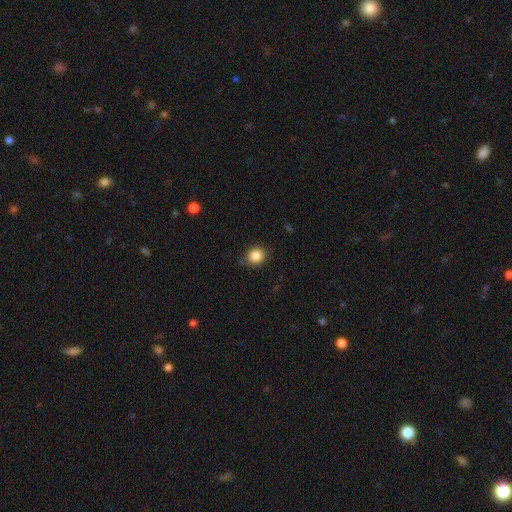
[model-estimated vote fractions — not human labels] A smooth galaxy with no disk features (86%) that is round (74%).

Vote fractions:
- Smooth or featured? smooth: 86% / star or artifact: 10% / featured or disk: 4%
- How rounded? round: 74% / in between: 25% / cigar-shaped: 1%
- Merging? none: 85% / minor disturbance: 11% / major disturbance: 3% / merger: 2%